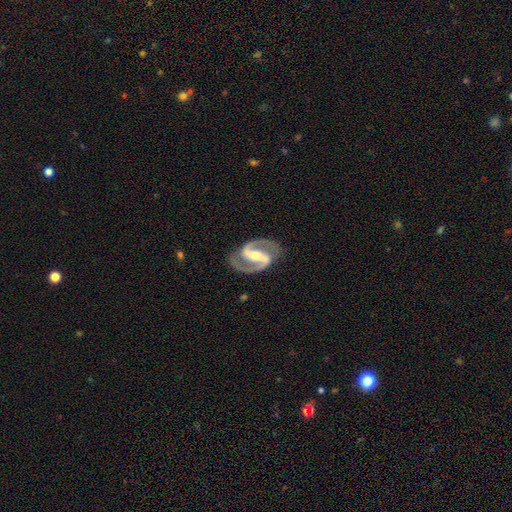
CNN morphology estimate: A featured or disk galaxy (94%) with a strong bar (74%), 2 (95%) medium (63%) spiral arms (98%) and a moderate central bulge (51%).

Vote fractions:
- Smooth or featured? featured or disk: 94% / smooth: 3% / star or artifact: 3%
- Edge-on disk? no: 98% / yes: 2%
- Bar? strong: 74% / weak: 19% / no: 7%
- Spiral arms? yes: 98% / no: 2%
- Spiral winding? medium: 63% / tight: 24% / loose: 13%
- Spiral arm count? 2: 95% / can't tell: 1% / 1: 1% / 3: 1% / 4: 1% / more than 4: 1%
- Bulge size? moderate: 51% / small: 41% / large: 5% / none: 3% / dominant: 1%
- Merging? none: 85% / minor disturbance: 10% / major disturbance: 4% / merger: 1%